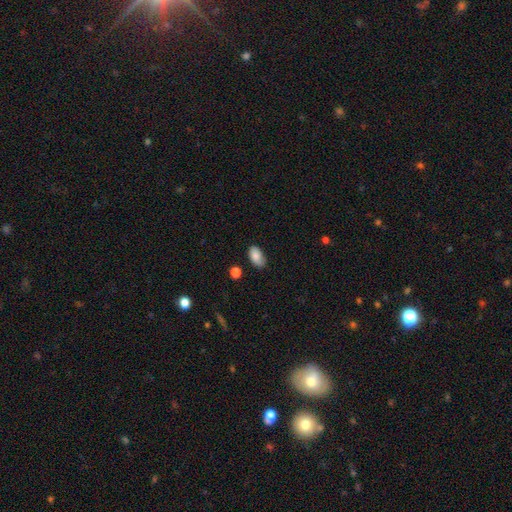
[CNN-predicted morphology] Overall: smooth (84%). How rounded: in between (93%). Merging: none (70%).